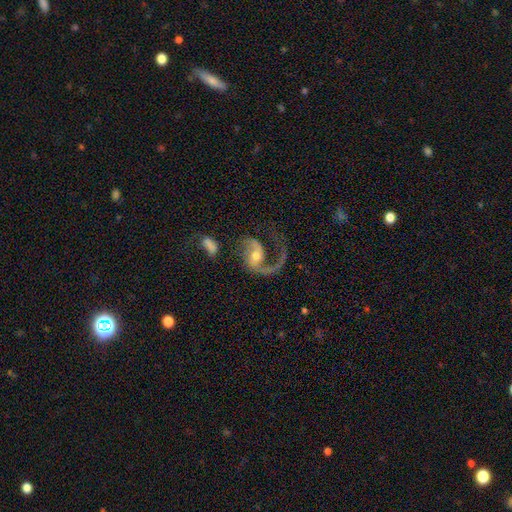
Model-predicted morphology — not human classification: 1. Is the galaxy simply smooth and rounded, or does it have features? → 89% featured or disk, 6% smooth, 6% star or artifact.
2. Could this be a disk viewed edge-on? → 98% no, 2% yes.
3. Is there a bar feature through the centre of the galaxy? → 50% no, 34% weak, 16% strong.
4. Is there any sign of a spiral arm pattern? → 95% yes, 5% no.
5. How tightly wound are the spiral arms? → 46% loose, 44% medium, 11% tight.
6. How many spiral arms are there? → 53% 2, 43% 1, 2% can't tell, 1% 3, 1% 4, 1% more than 4.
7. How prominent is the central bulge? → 54% moderate, 38% small, 4% large, 2% none, 1% dominant.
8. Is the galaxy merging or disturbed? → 44% none, 32% major disturbance, 15% minor disturbance, 9% merger.